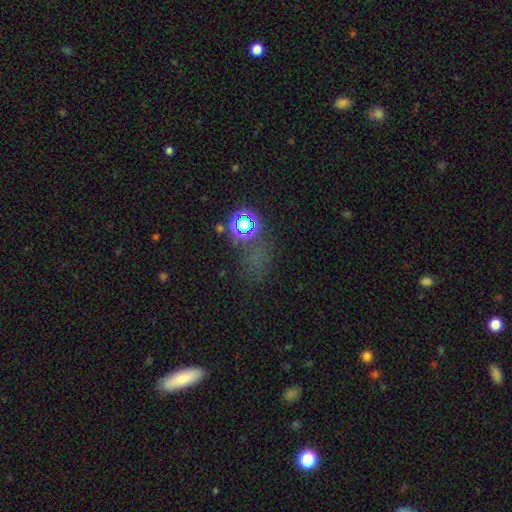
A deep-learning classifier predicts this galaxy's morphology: smooth-or-featured: star or artifact: 44% | smooth: 43% | featured or disk: 12%